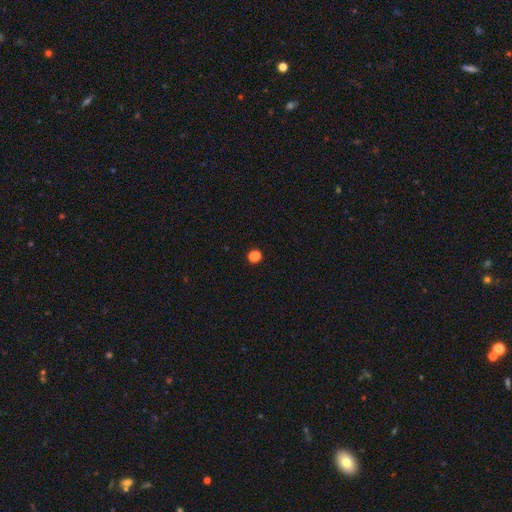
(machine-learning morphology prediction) Q: Smooth or featured?
A: smooth (69%); runner-up: star or artifact (27%)
Q: How rounded?
A: round (79%); runner-up: in between (20%)
Q: Merging?
A: none (87%); runner-up: minor disturbance (6%)